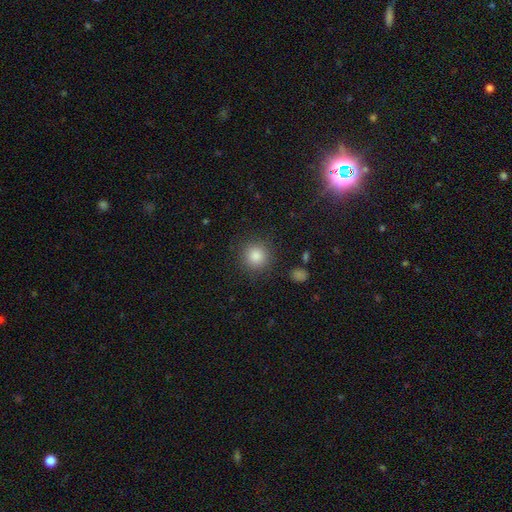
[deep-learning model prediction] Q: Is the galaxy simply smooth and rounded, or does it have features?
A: smooth — 83%.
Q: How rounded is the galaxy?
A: round — 94%.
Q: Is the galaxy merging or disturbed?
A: none — 88%.